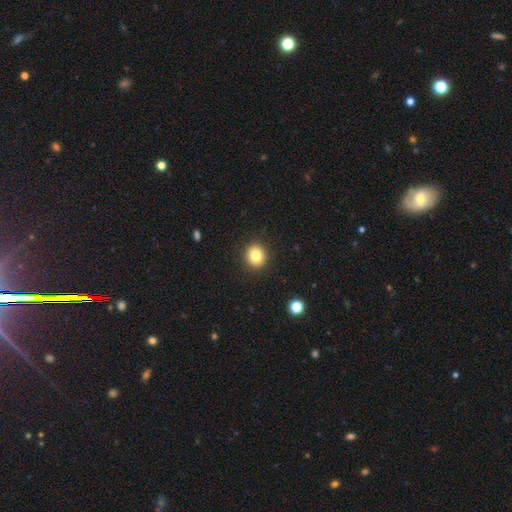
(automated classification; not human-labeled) Smooth or featured? Predicted: smooth (p=0.82). How rounded? Predicted: round (p=0.82). Merging? Predicted: none (p=0.91).